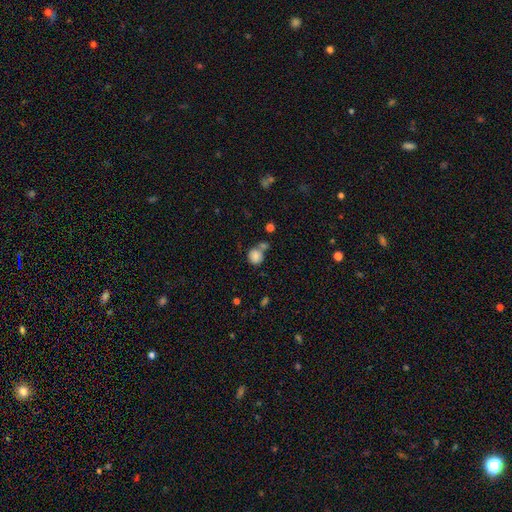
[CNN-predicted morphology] Smooth or featured: smooth — 82% (star or artifact — 10%)
How rounded: round — 78% (in between — 21%)
Merging: none — 46% (merger — 32%)